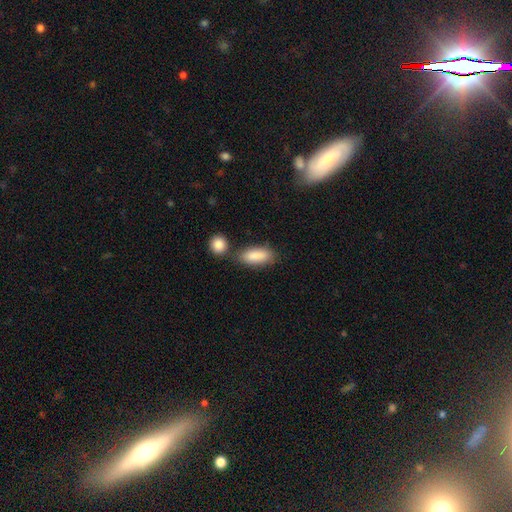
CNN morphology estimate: A smooth galaxy with no disk features (87%) that is in between round and cigar-shaped (79%). Merging: none (62%).